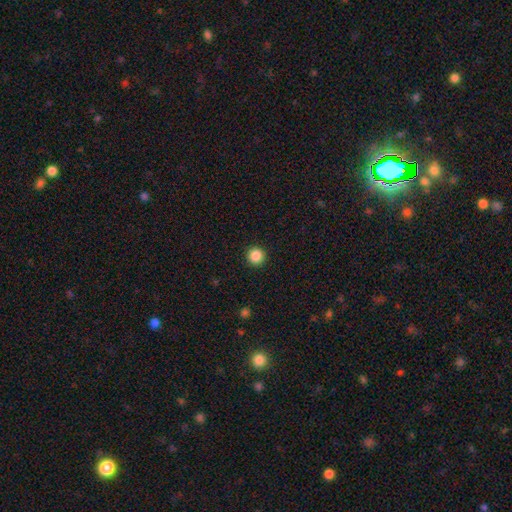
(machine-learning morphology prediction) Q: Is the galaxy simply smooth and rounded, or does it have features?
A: smooth — 87%.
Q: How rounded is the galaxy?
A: round — 96%.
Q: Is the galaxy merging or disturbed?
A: none — 93%.